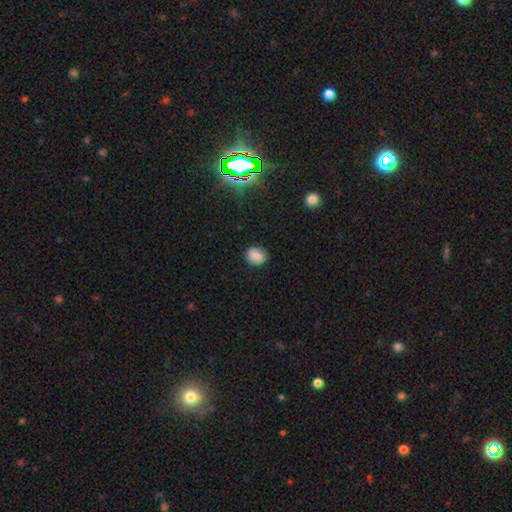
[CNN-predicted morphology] A smooth galaxy with no disk features (75%) that is round (70%). Merging: none (87%).